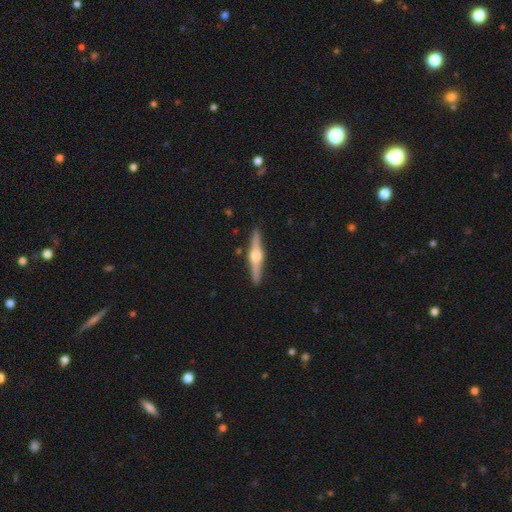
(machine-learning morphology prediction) Smooth or featured? featured or disk (80%)
Edge-on disk? yes (98%)
Edge-on bulge? rounded (94%)
Merging? none (91%)